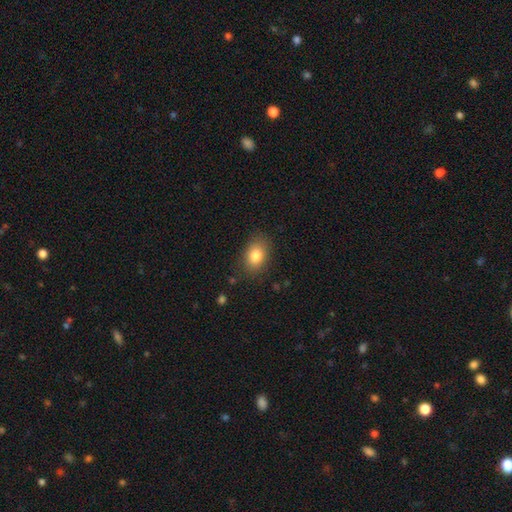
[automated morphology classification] This appears to be a smooth galaxy with no disk features (82%) that is in between round and cigar-shaped (77%). Merging: none (83%).